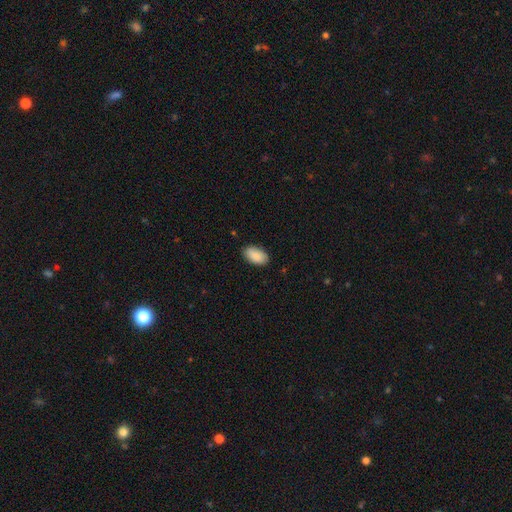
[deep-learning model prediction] Smooth or featured? Predicted: smooth (p=0.90). How rounded? Predicted: in between (p=0.94). Merging? Predicted: none (p=0.84).